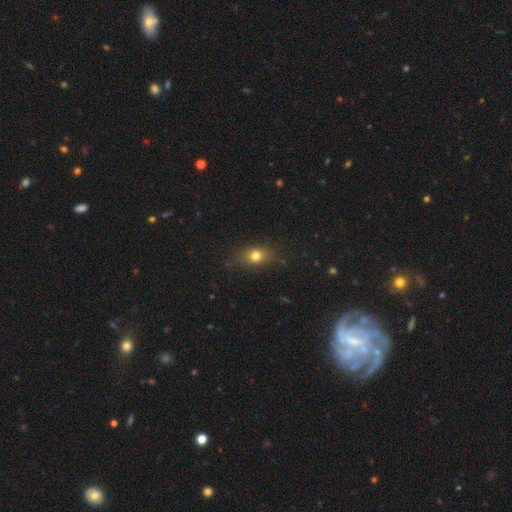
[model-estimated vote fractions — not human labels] This is likely a smooth galaxy (75%). How rounded: likely in between (60%). Merging: clearly none (81%).